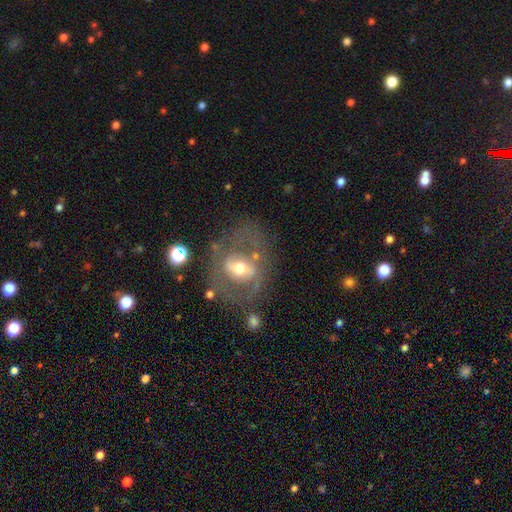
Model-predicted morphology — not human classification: smooth_or_featured: featured or disk (p=0.68) [alt: smooth p=0.24]
disk_edge_on: no (p=0.94) [alt: yes p=0.06]
bar: no (p=0.38) [tied with: weak p=0.38]
has_spiral_arms: no (p=0.53) [alt: yes p=0.47]
bulge_size: moderate (p=0.69) [alt: small p=0.19]
merging: none (p=0.61) [alt: minor disturbance p=0.18]